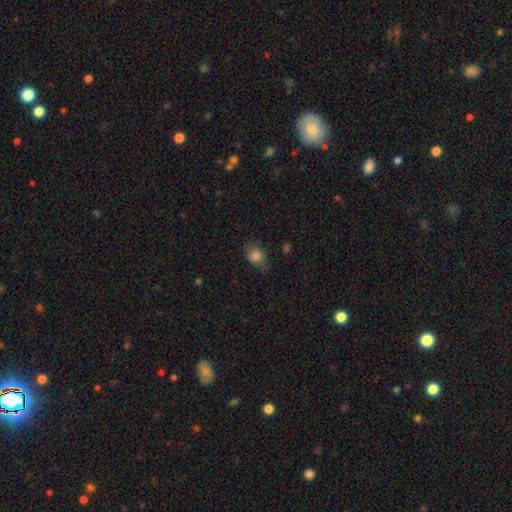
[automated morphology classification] Overall: smooth (81%). How rounded: in between (69%; round 29%). Merging: none (65%; minor disturbance 26%).